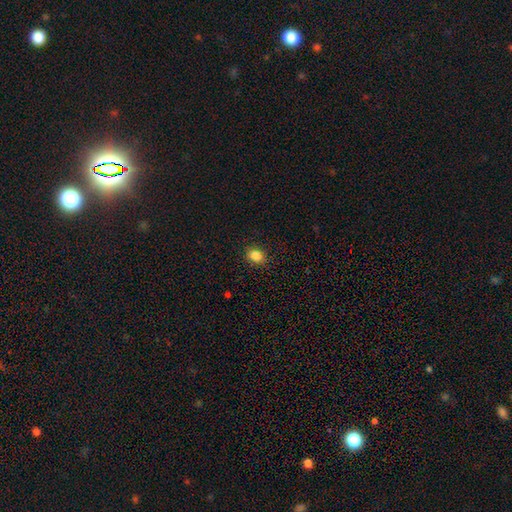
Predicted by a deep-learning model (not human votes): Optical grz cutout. It shows a smooth galaxy with no disk features (85%) that is in between round and cigar-shaped (51%). Merging: none (89%).